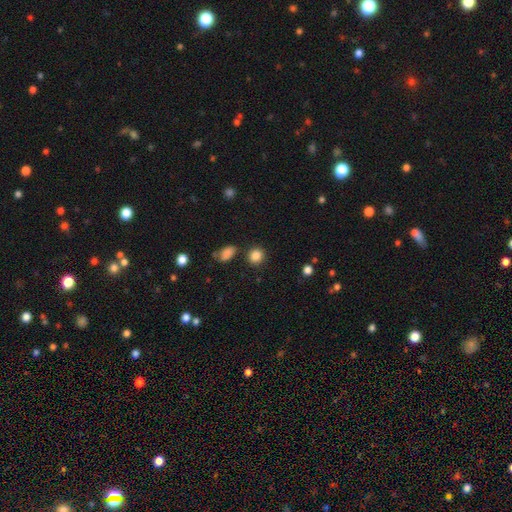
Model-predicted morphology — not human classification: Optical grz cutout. It shows a smooth galaxy with no disk features (85%) that is round (83%). Merging: none (83%).